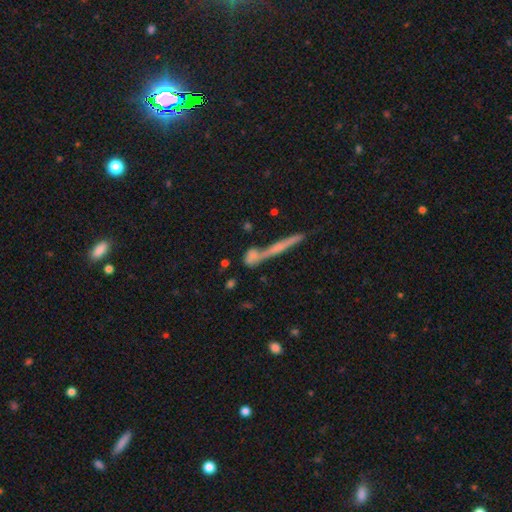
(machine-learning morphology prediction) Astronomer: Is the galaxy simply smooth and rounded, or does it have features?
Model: smooth — 54% (runner-up: featured or disk, 34%).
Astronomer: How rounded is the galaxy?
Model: cigar-shaped — 65%.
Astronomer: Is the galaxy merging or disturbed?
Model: none — 51% (runner-up: merger, 32%).